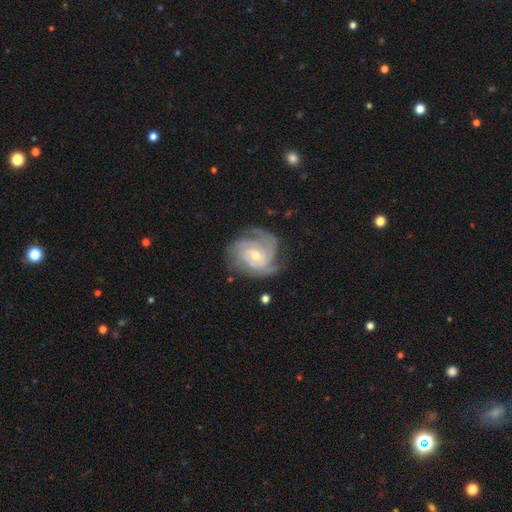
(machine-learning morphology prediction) Smooth or featured? featured or disk (90%)
Edge-on disk? no (98%)
Bar? no (61%)
Spiral arms? yes (98%)
Spiral winding? tight (70%)
Spiral arm count? 3 (40%)
Bulge size? small (51%)
Merging? none (70%)